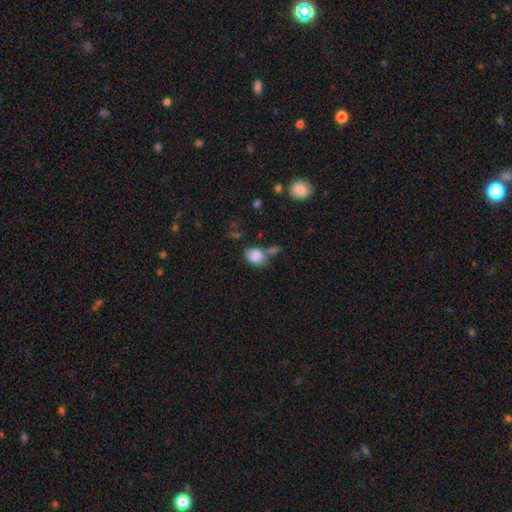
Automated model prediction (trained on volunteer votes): smooth-or-featured: smooth: 85% | star or artifact: 8% | featured or disk: 7%
  how-rounded: in between: 67% | round: 32% | cigar-shaped: 1%
  merging: none: 52% | merger: 23% | minor disturbance: 19% | major disturbance: 7%